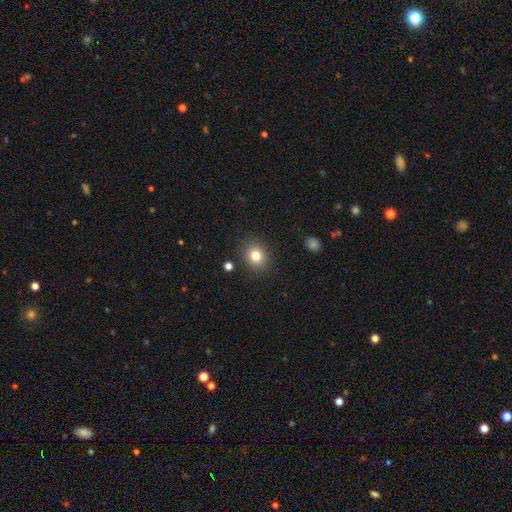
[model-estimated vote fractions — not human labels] Morphology: type=smooth (80%); roundness=round (76%); merging=none (87%).